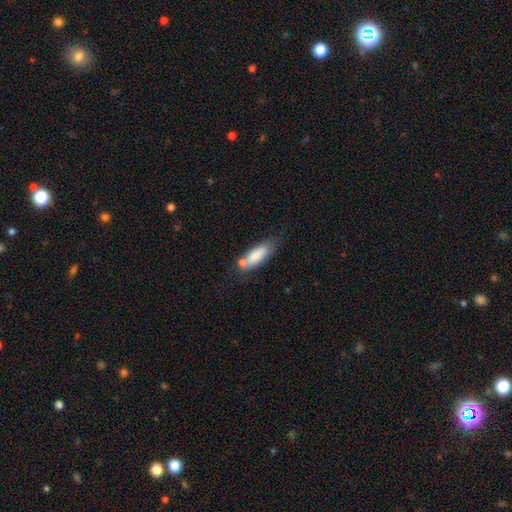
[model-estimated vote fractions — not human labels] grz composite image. It shows a smooth galaxy with no disk features (80%) that is in between round and cigar-shaped (57%). Merging: none (49%).